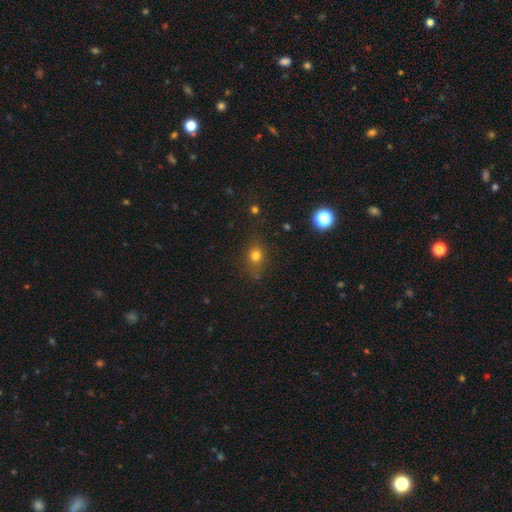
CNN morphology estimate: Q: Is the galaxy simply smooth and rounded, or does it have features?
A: smooth — 72%.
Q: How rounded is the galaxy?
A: round — 58%.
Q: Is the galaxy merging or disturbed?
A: none — 79%.